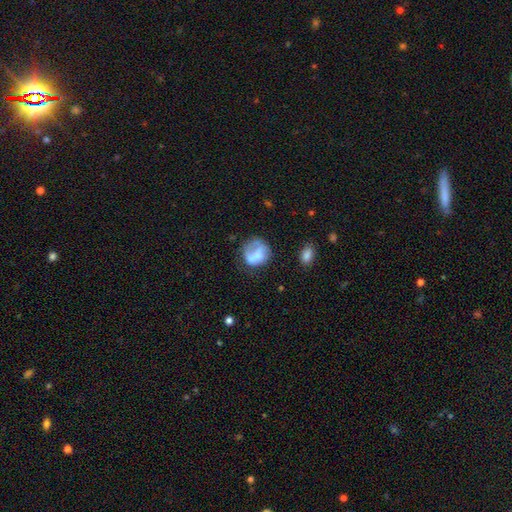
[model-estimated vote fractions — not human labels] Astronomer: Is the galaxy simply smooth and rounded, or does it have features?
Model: smooth — 54% (runner-up: featured or disk, 38%).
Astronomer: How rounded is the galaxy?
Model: round — 73%.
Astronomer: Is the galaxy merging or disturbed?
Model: none — 40% (runner-up: major disturbance, 23%).